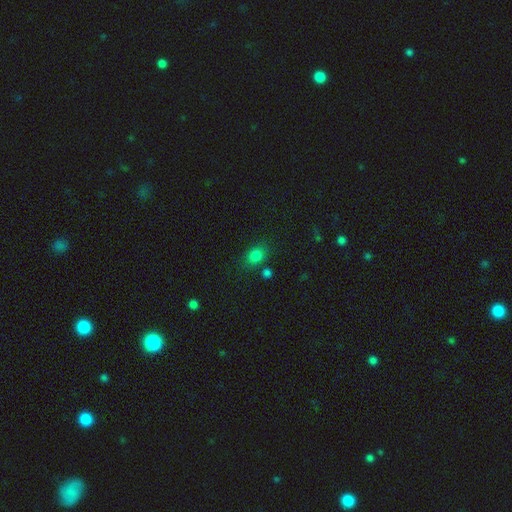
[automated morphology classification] This appears to be a smooth galaxy with no disk features (81%) that is in between round and cigar-shaped (68%). Merging: none (74%).